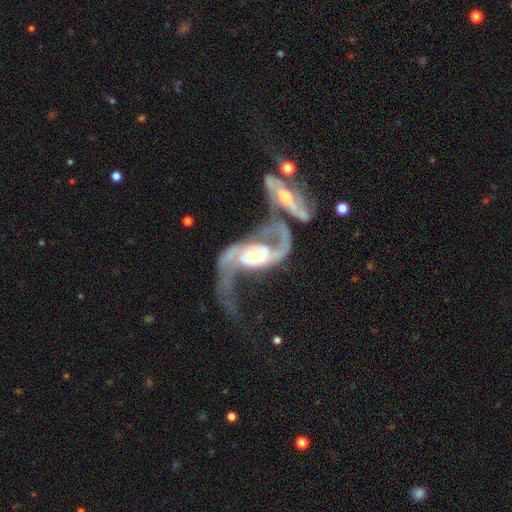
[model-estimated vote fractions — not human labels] A featured or disk galaxy (88%) with no bar (49%), 2 (83%) loose (60%) spiral arms (94%) and a moderate central bulge (50%). Merging: merger (68%).